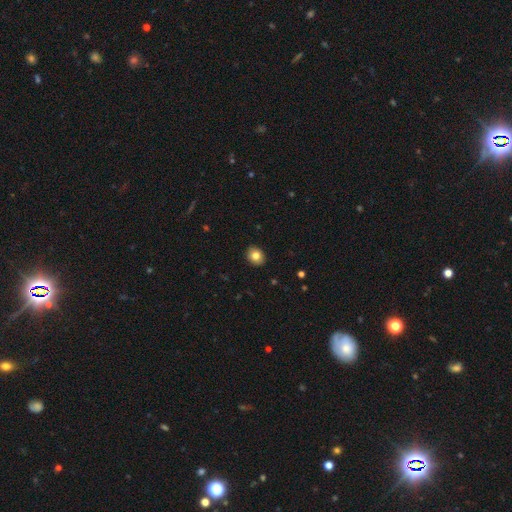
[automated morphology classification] Q: Smooth or featured?
A: smooth (82%); runner-up: featured or disk (9%)
Q: How rounded?
A: round (53%); runner-up: in between (46%)
Q: Merging?
A: none (91%); runner-up: minor disturbance (7%)